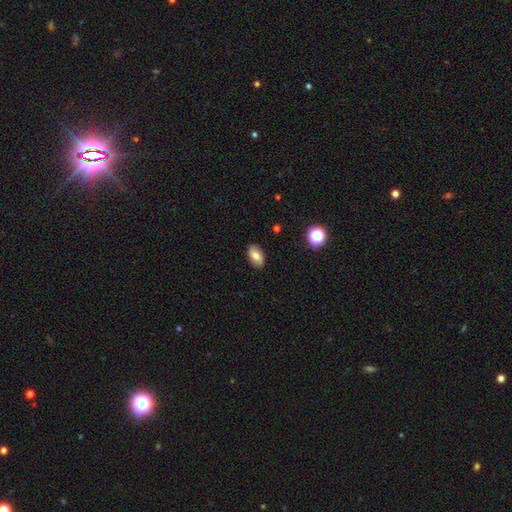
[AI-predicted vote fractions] Smooth or featured? Predicted: smooth (p=0.73). How rounded? Predicted: in between (p=0.91). Merging? Predicted: none (p=0.88).